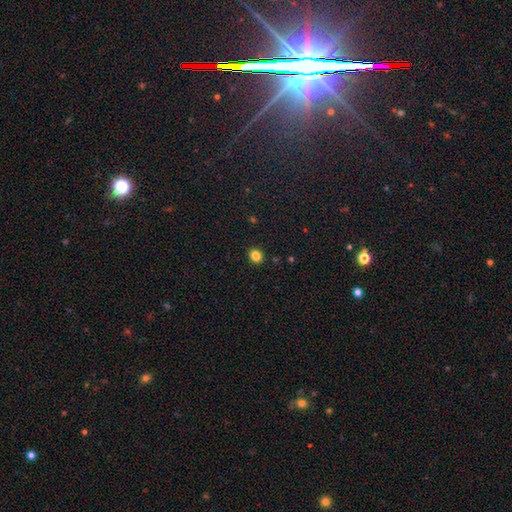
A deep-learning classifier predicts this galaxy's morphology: smooth 84%, star or artifact 12%, featured or disk 4%. Down the decision tree: how rounded — round (79%); merging — none (91%).